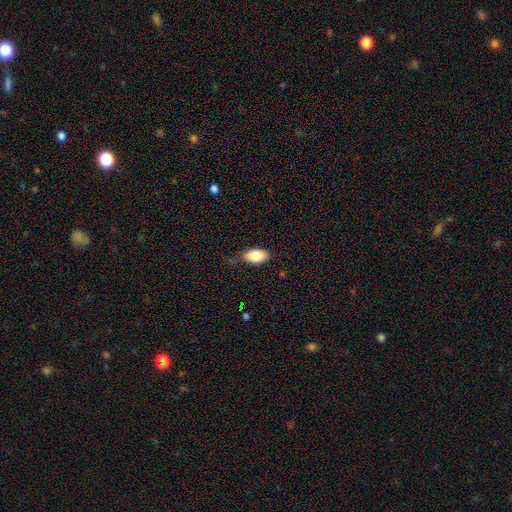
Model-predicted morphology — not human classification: A smooth galaxy with no disk features (84%) that is in between round and cigar-shaped (93%).

Vote fractions:
- Smooth or featured? smooth: 84% / featured or disk: 9% / star or artifact: 7%
- How rounded? in between: 93% / round: 4% / cigar-shaped: 3%
- Merging? none: 55% / minor disturbance: 31% / major disturbance: 11% / merger: 3%